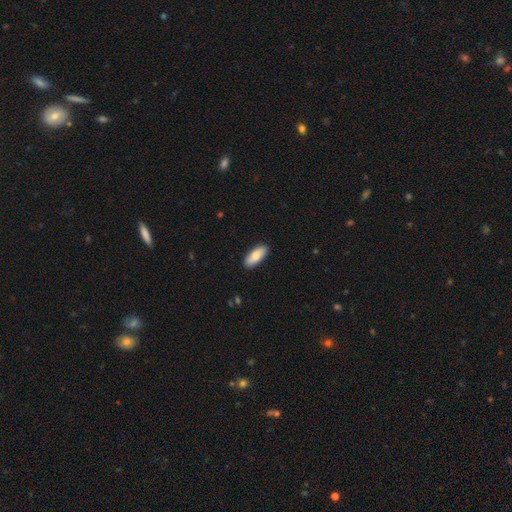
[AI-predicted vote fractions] smooth_or_featured: smooth (p=0.78) [alt: featured or disk p=0.16]
how_rounded: in between (p=0.76) [alt: cigar-shaped p=0.22]
merging: none (p=0.90) [alt: minor disturbance p=0.07]